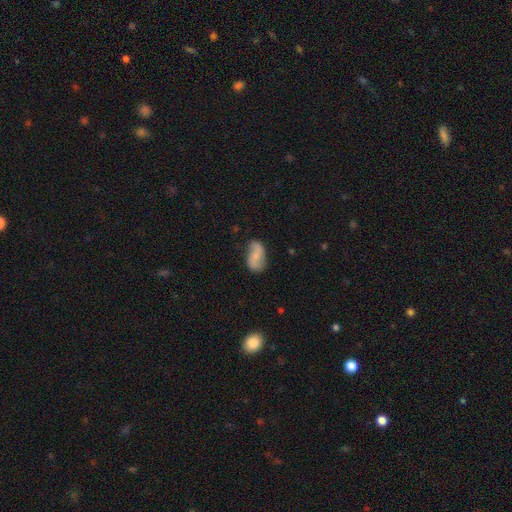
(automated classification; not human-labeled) Smooth or featured: featured or disk — 51% (smooth — 41%)
Edge-on disk: no — 96% (yes — 4%)
Merging: none — 70% (minor disturbance — 22%)